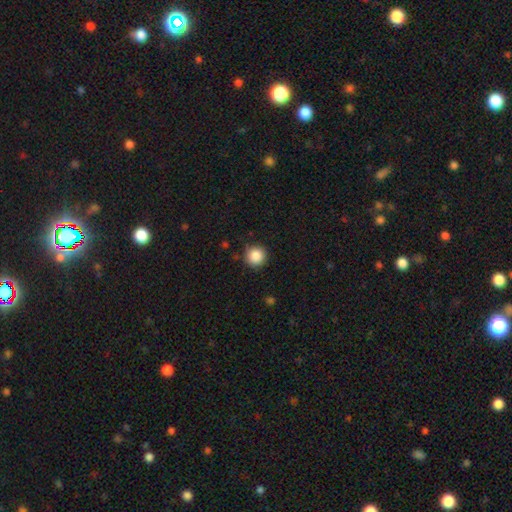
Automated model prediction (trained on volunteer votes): Smooth or featured: smooth — 87% (star or artifact — 10%)
How rounded: round — 95% (in between — 4%)
Merging: none — 89% (minor disturbance — 8%)